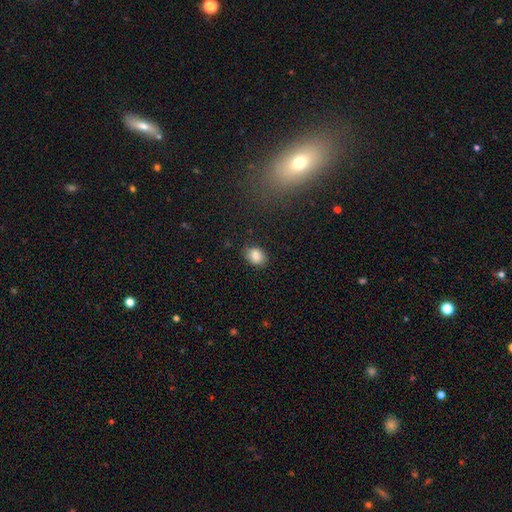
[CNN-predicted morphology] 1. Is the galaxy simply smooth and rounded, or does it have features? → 86% smooth, 9% star or artifact, 6% featured or disk.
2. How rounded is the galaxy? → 68% in between, 31% round, 1% cigar-shaped.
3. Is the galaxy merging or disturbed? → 82% none, 13% minor disturbance, 3% major disturbance, 1% merger.